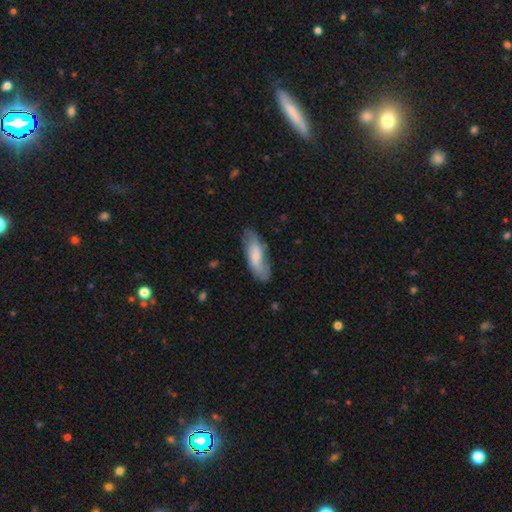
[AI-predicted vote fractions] This appears to be a smooth galaxy with no disk features (60%) that is in between round and cigar-shaped (66%). Merging: none (70%).